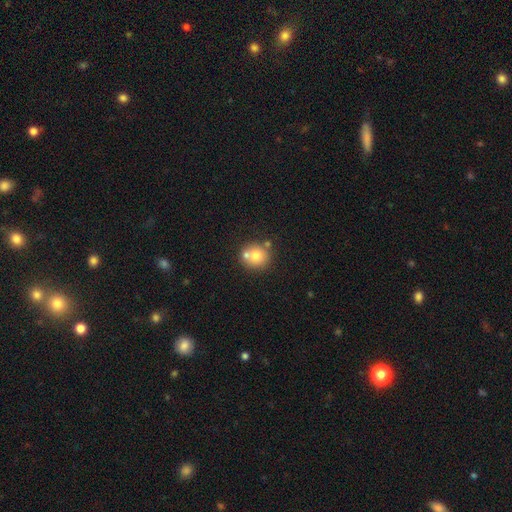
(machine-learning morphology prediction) smooth-or-featured: smooth: 72% | featured or disk: 18% | star or artifact: 10%
  how-rounded: round: 88% | in between: 11% | cigar-shaped: 1%
  merging: none: 56% | merger: 31% | minor disturbance: 10% | major disturbance: 3%